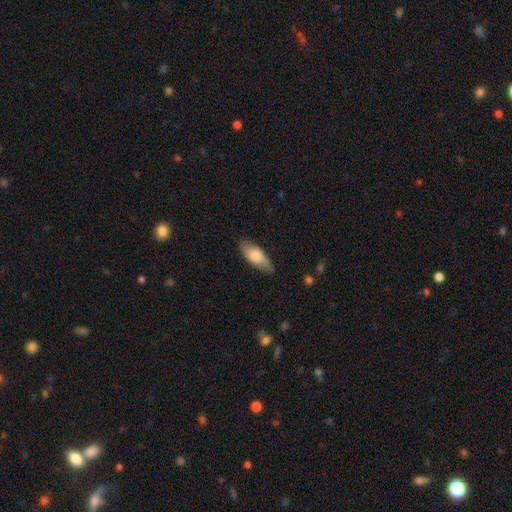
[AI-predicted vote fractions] Morphology: type=smooth (76%); roundness=in between (77%); merging=none (82%).